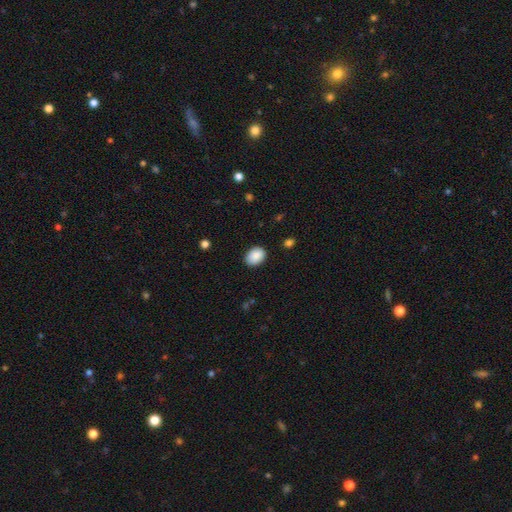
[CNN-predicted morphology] The model was most divided on "how rounded": in between: 71%, round: 28%, cigar-shaped: 1%. More confident: smooth or featured — smooth (89%); merging — none (85%).